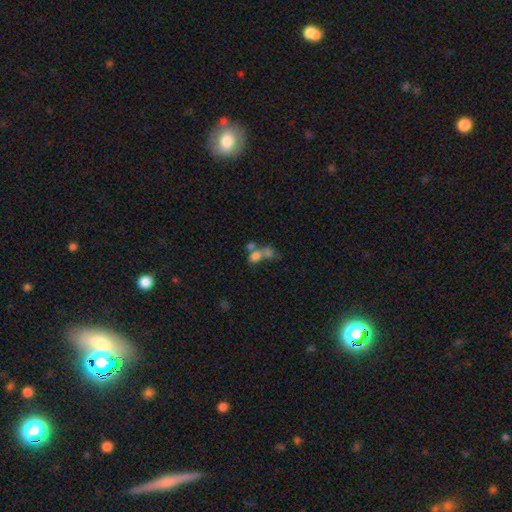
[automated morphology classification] A smooth galaxy with no disk features (68%) that is in between round and cigar-shaped (64%).

Vote fractions:
- Smooth or featured? smooth: 68% / featured or disk: 18% / star or artifact: 14%
- How rounded? in between: 64% / round: 33% / cigar-shaped: 3%
- Merging? merger: 61% / none: 23% / major disturbance: 8% / minor disturbance: 8%